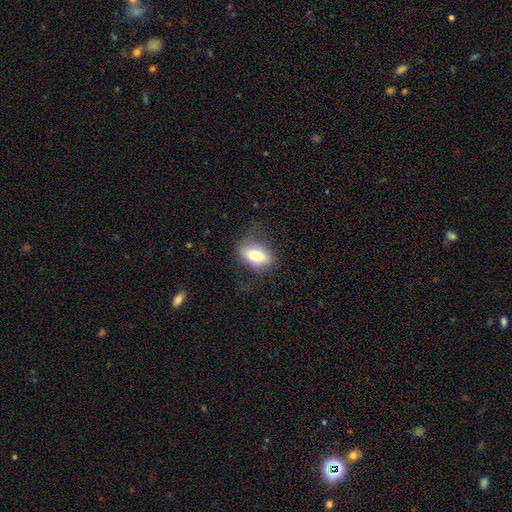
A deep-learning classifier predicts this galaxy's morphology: The model was most divided on "merging": none: 61%, minor disturbance: 22%, major disturbance: 15%, merger: 1%. More confident: how rounded — in between (86%); smooth or featured — smooth (70%).